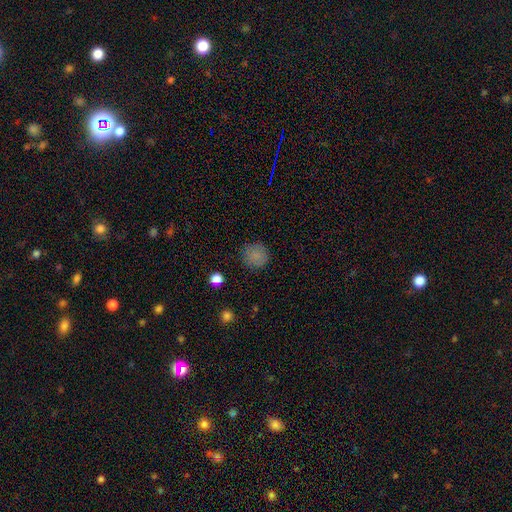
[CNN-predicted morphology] Q: Smooth or featured?
A: smooth (83%); runner-up: star or artifact (12%)
Q: How rounded?
A: round (92%); runner-up: in between (7%)
Q: Merging?
A: none (86%); runner-up: minor disturbance (9%)